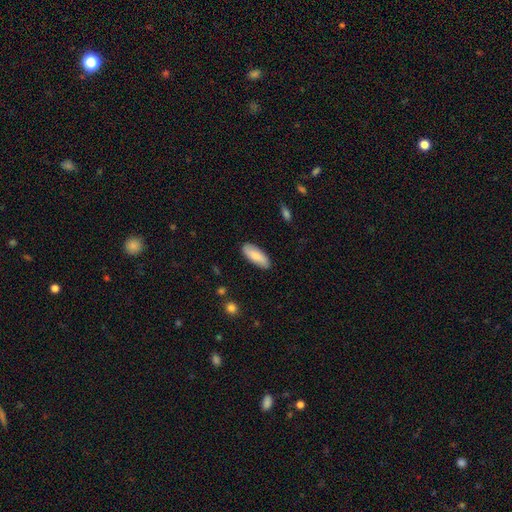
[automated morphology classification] Smooth or featured: smooth — 78% (featured or disk — 16%)
How rounded: in between — 77% (cigar-shaped — 21%)
Merging: none — 86% (minor disturbance — 11%)